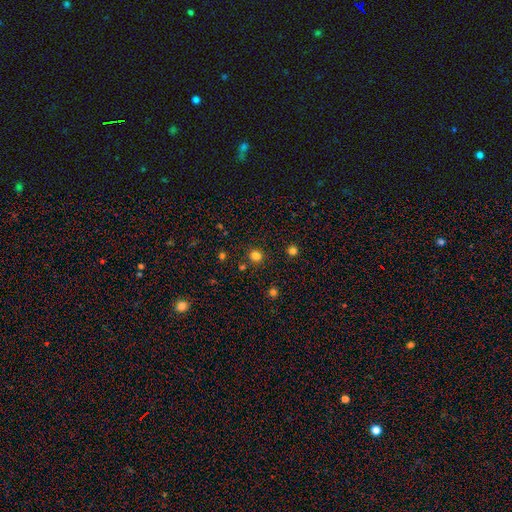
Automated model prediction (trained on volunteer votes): Smooth or featured? Predicted: smooth (p=0.80). How rounded? Predicted: round (p=0.85). Merging? Predicted: none (p=0.86).